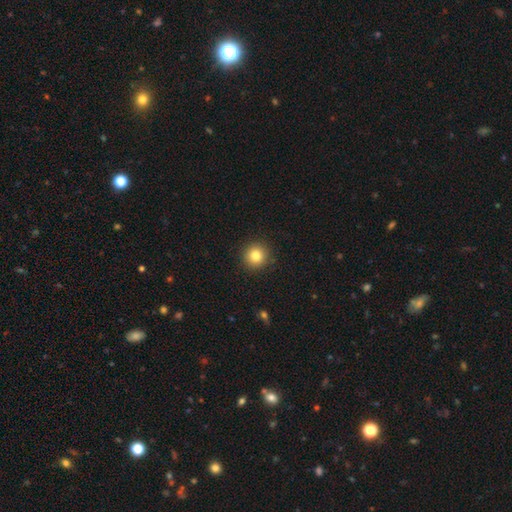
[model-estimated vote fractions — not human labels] smooth_or_featured: smooth (p=0.82) [alt: star or artifact p=0.11]
how_rounded: round (p=0.94) [alt: in between p=0.06]
merging: none (p=0.92) [alt: minor disturbance p=0.06]